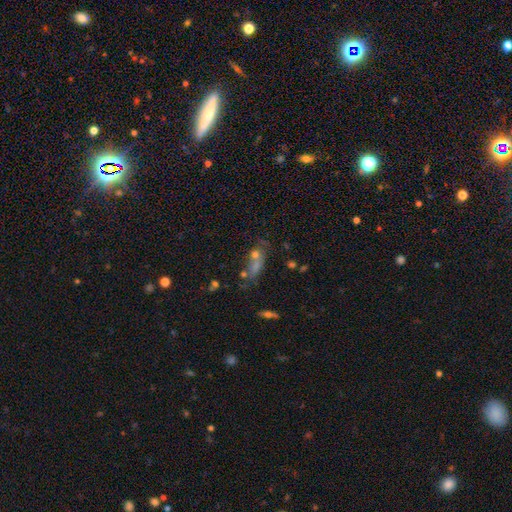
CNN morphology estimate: Overall: smooth (46%; star or artifact 29%). Merging: merger (37%; none 35%).